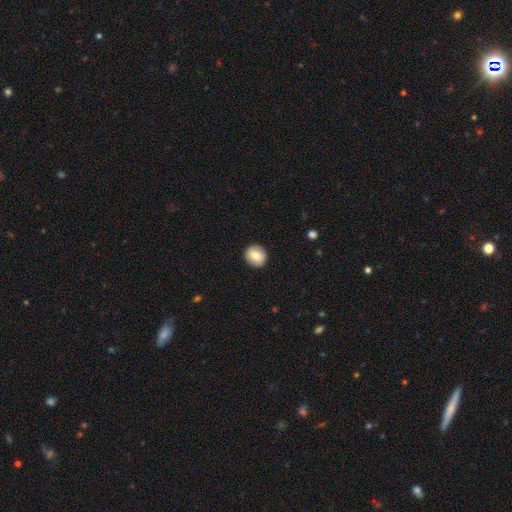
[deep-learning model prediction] The model was most divided on "smooth or featured": smooth: 79%, featured or disk: 13%, star or artifact: 7%. More confident: merging — none (91%); how rounded — round (83%).